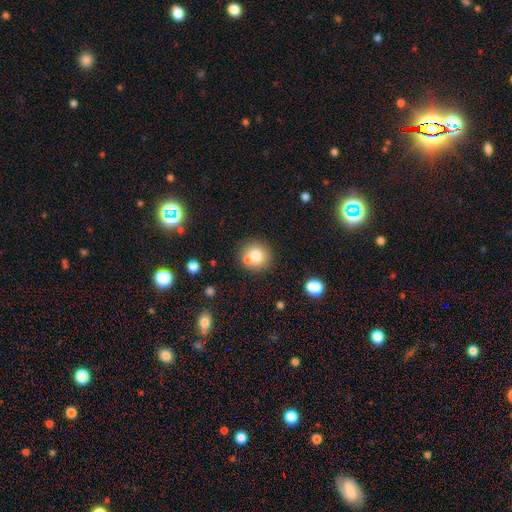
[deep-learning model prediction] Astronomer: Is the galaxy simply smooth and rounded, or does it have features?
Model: smooth — 75%.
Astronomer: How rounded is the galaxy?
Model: round — 88%.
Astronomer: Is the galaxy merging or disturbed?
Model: none — 67%.